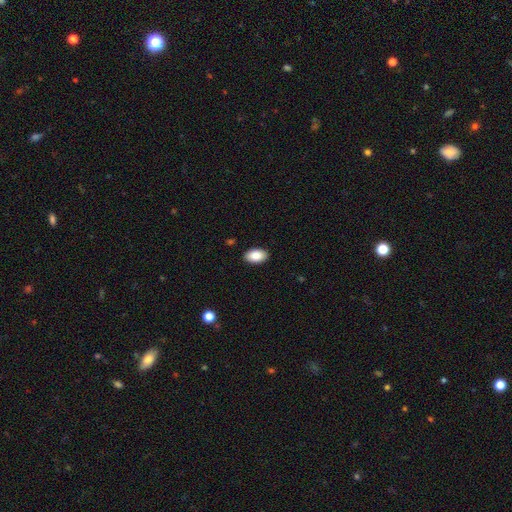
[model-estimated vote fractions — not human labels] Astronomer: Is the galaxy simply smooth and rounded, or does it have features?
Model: smooth — 87%.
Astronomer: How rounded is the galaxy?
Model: in between — 93%.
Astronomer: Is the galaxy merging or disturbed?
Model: none — 90%.